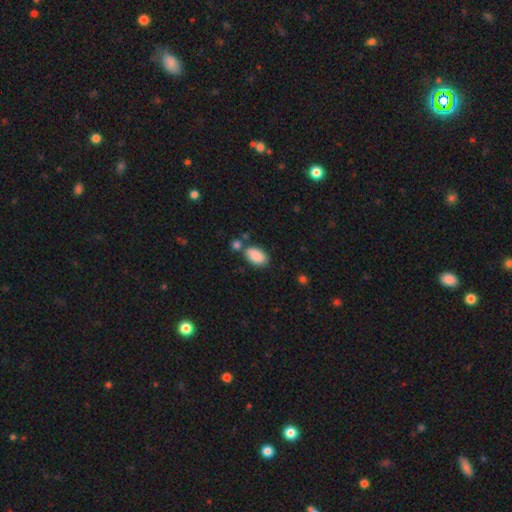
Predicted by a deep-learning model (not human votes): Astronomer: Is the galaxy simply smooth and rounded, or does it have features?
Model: smooth — 88%.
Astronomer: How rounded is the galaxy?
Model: in between — 94%.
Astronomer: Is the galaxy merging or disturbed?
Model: none — 64%.